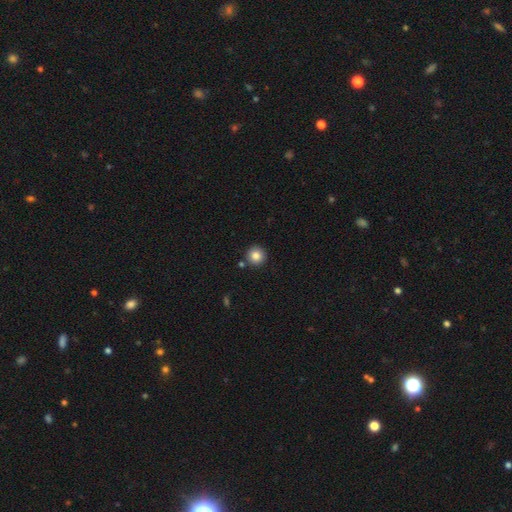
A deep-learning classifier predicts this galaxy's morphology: Overall: smooth (85%). How rounded: round (95%). Merging: none (87%).